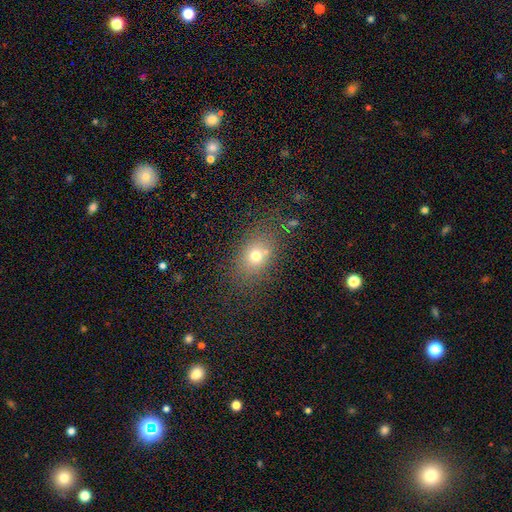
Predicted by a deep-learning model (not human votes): Smooth or featured? Predicted: smooth (p=0.68). How rounded? Predicted: in between (p=0.60). Merging? Predicted: none (p=0.72).